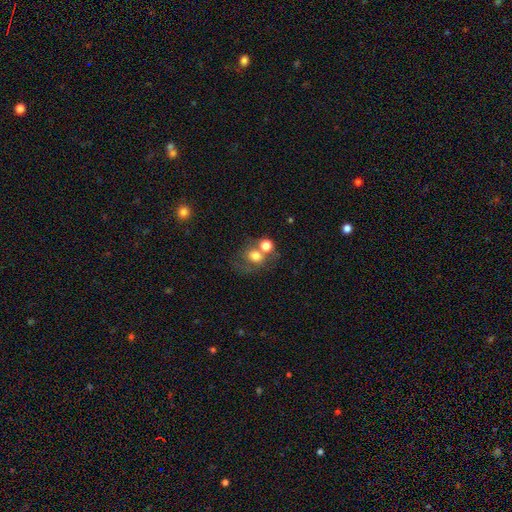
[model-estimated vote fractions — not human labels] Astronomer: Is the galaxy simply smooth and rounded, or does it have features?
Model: smooth — 67%.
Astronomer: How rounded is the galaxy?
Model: round — 64%.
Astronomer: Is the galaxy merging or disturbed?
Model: merger — 42% (runner-up: none, 37%).